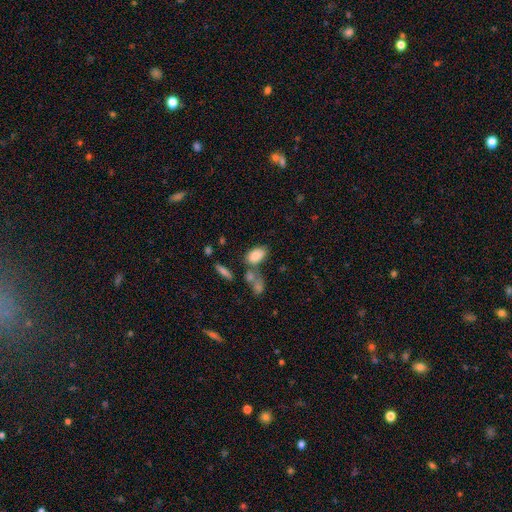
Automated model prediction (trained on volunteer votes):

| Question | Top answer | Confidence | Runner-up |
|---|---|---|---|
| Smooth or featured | smooth | 81% | featured or disk (11%) |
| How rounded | in between | 91% | round (7%) |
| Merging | none | 55% | merger (24%) |